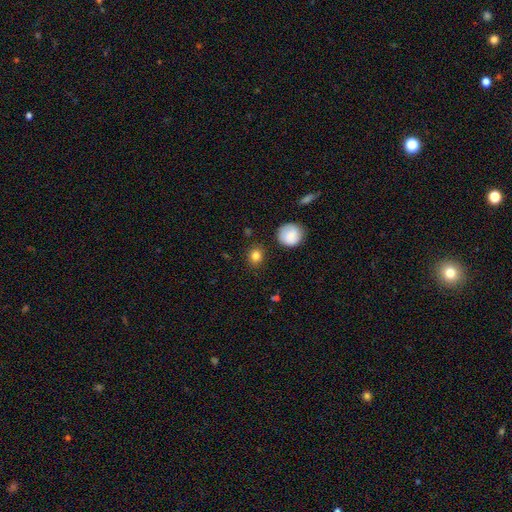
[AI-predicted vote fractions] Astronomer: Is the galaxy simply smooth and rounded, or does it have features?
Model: smooth — 83%.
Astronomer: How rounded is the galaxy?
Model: round — 74%.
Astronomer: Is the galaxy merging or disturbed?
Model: none — 86%.